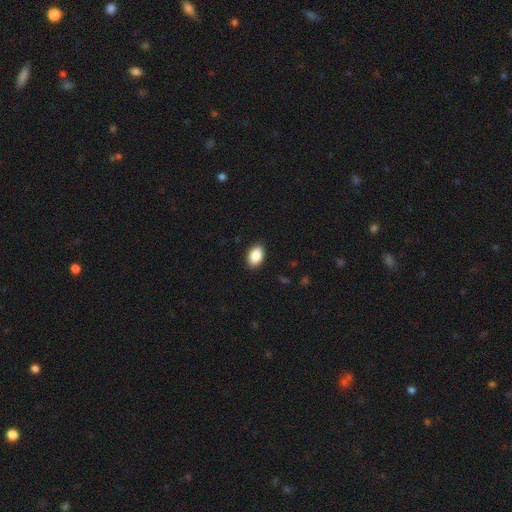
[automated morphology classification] A smooth galaxy with no disk features (89%) that is in between round and cigar-shaped (89%). Merging: none (89%).